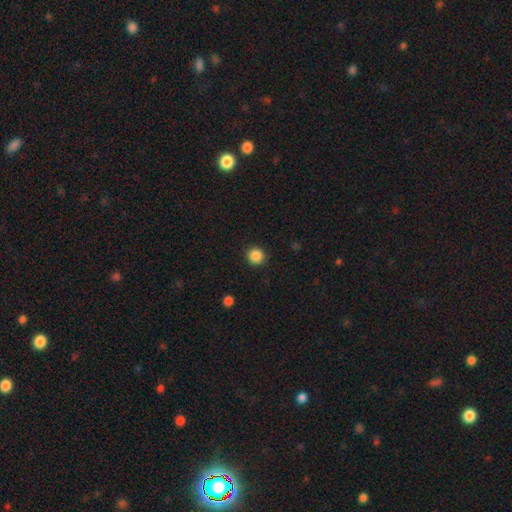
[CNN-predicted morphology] smooth-or-featured: smooth: 87% | star or artifact: 10% | featured or disk: 3%
  how-rounded: round: 95% | in between: 4% | cigar-shaped: 1%
  merging: none: 92% | minor disturbance: 5% | major disturbance: 2% | merger: 1%